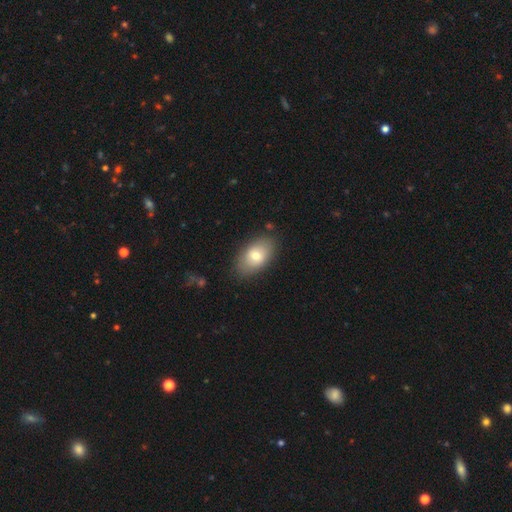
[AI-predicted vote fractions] Morphology: type=smooth (75%); roundness=in between (91%); merging=none (83%).